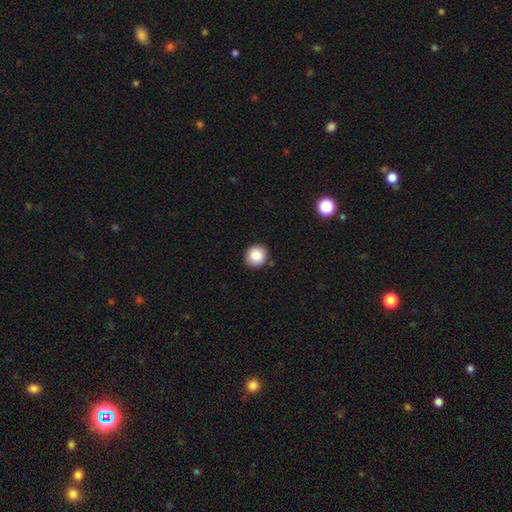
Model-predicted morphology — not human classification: This is clearly a smooth galaxy (87%). How rounded: clearly round (91%). Merging: clearly none (89%).